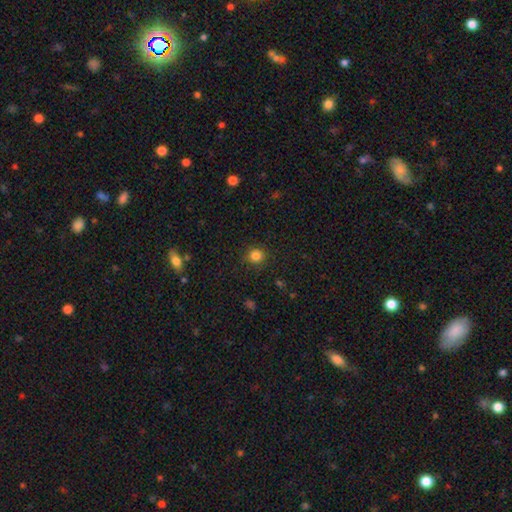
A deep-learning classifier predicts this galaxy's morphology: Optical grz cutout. It shows a smooth galaxy with no disk features (83%) that is round (88%). Merging: none (87%).